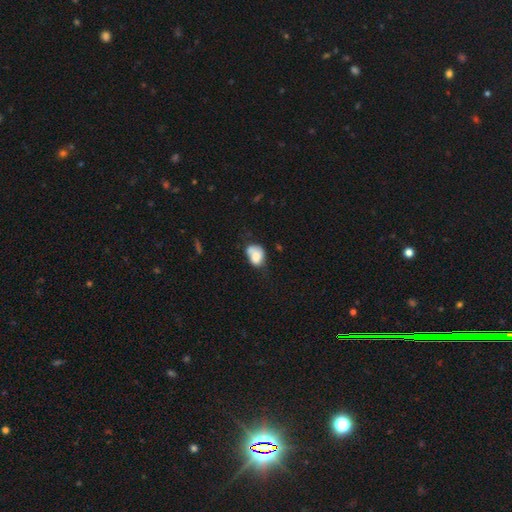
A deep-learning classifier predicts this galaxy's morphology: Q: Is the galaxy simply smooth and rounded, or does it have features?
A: smooth — 73%.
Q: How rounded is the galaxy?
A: in between — 65%.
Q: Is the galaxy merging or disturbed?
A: none — 30%.